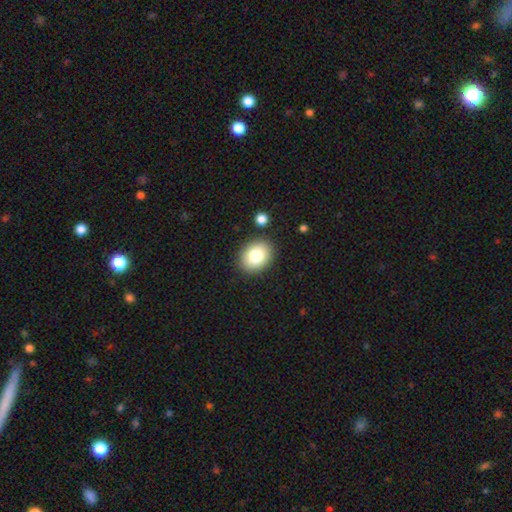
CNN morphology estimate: A smooth galaxy with no disk features (81%) that is in between round and cigar-shaped (55%).

Vote fractions:
- Smooth or featured? smooth: 81% / featured or disk: 10% / star or artifact: 9%
- How rounded? in between: 55% / round: 44% / cigar-shaped: 1%
- Merging? none: 87% / minor disturbance: 8% / merger: 3% / major disturbance: 2%